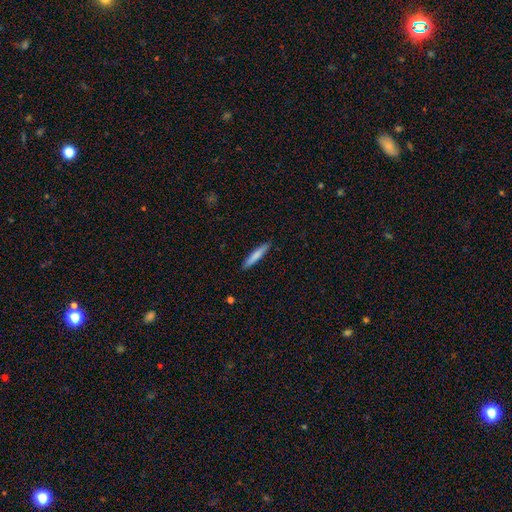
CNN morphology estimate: smooth-or-featured: smooth: 78% | featured or disk: 17% | star or artifact: 5%
  how-rounded: cigar-shaped: 92% | in between: 6% | round: 1%
  merging: none: 90% | minor disturbance: 7% | major disturbance: 1% | merger: 1%